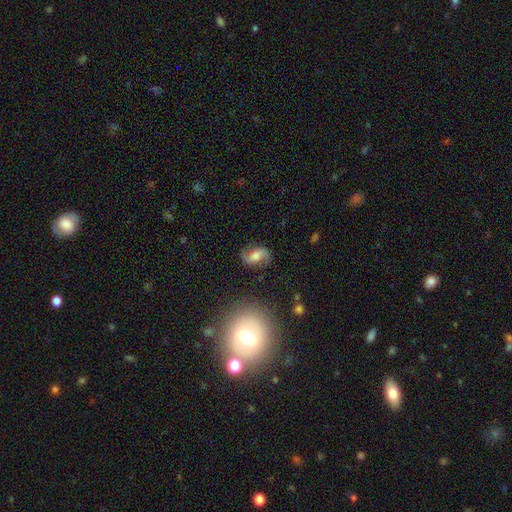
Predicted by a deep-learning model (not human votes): Smooth or featured? featured or disk (72%)
Edge-on disk? no (96%)
Bar? weak (41%)
Spiral arms? yes (93%)
Spiral winding? loose (60%)
Spiral arm count? 2 (92%)
Bulge size? moderate (51%)
Merging? none (77%)